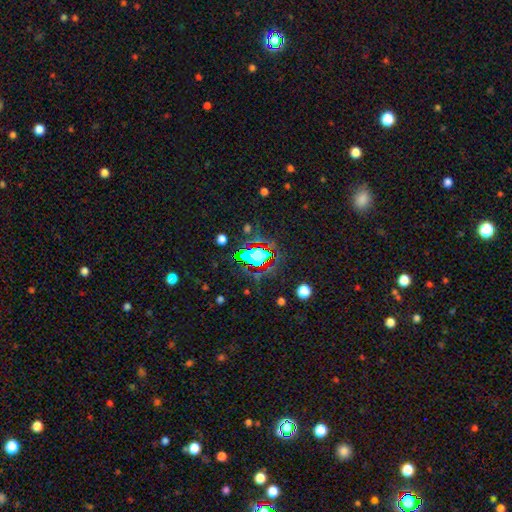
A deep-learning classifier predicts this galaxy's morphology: type=star or artifact (52%).